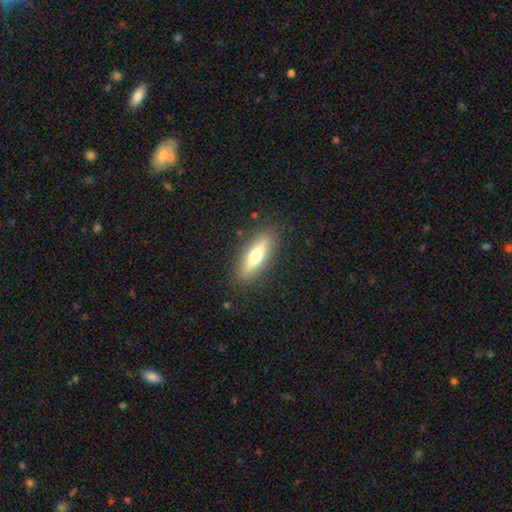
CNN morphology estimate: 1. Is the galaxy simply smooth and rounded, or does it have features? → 57% smooth, 36% featured or disk, 7% star or artifact.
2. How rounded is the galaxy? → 51% cigar-shaped, 46% in between, 3% round.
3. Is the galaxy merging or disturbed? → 87% none, 9% minor disturbance, 3% major disturbance, 1% merger.